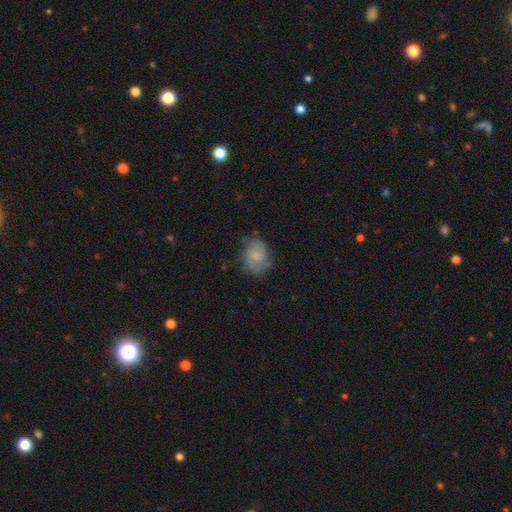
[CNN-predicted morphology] Smooth or featured?
  - smooth: 64% *
  - featured or disk: 28%
  - star or artifact: 8%
How rounded?
  - round: 53% *
  - in between: 46%
  - cigar-shaped: 1%
Merging?
  - none: 54% *
  - minor disturbance: 32%
  - major disturbance: 13%
  - merger: 2%